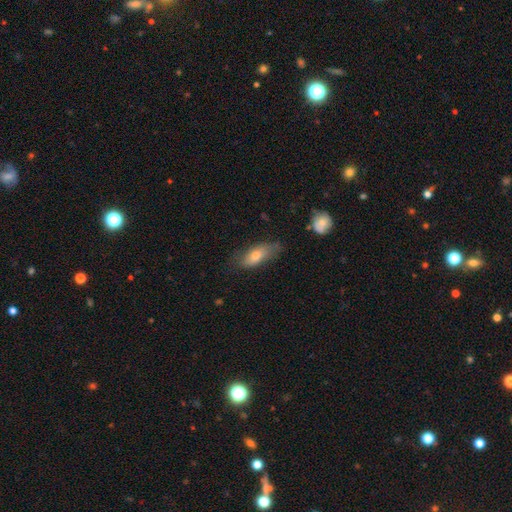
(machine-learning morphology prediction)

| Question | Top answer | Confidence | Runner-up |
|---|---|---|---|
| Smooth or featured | smooth | 68% | featured or disk (24%) |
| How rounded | in between | 73% | cigar-shaped (24%) |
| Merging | none | 64% | minor disturbance (26%) |